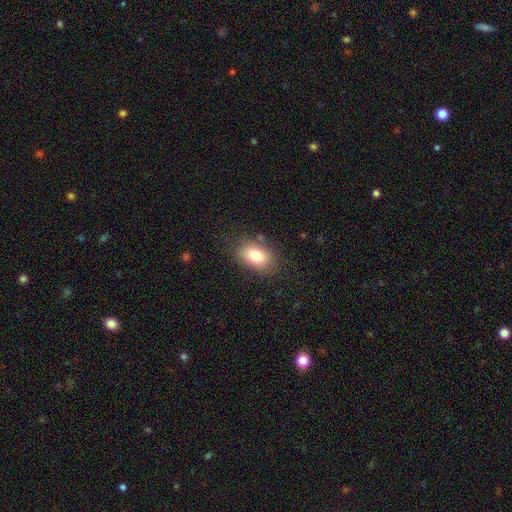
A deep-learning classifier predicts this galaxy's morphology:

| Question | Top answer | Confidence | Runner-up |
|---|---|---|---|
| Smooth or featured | smooth | 80% | featured or disk (11%) |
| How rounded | in between | 84% | round (15%) |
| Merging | none | 79% | minor disturbance (14%) |